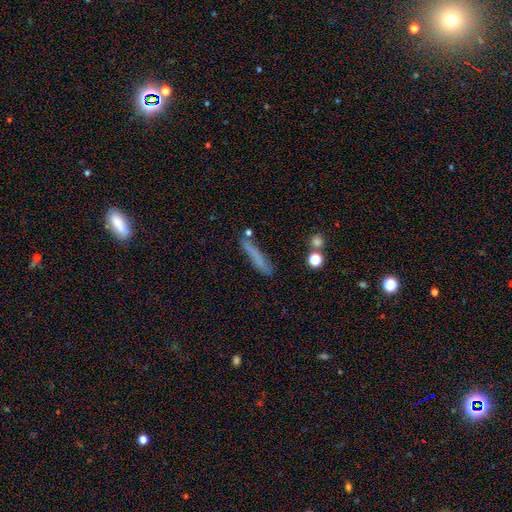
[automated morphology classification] This appears to be a smooth galaxy with no disk features (64%) that is cigar-shaped (91%). Merging: none (72%).